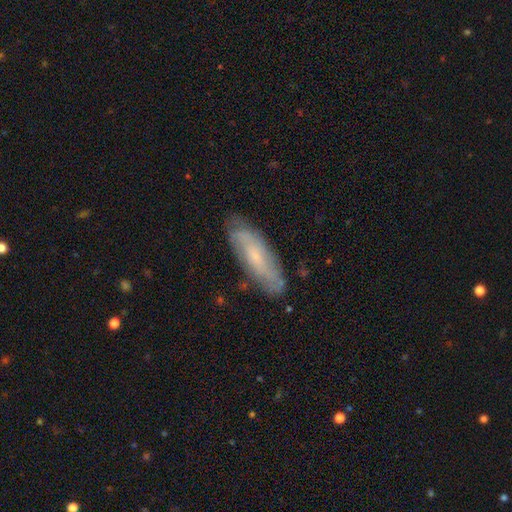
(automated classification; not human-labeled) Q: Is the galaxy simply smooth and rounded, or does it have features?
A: featured or disk — 52%.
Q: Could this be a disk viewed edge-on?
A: no — 72%.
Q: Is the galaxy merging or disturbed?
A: none — 77%.